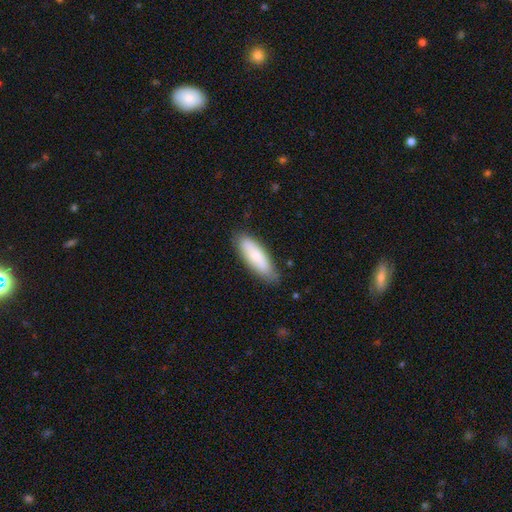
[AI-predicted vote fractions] A smooth galaxy with no disk features (77%) that is in between round and cigar-shaped (49%, tied with cigar-shaped). Merging: none (80%).